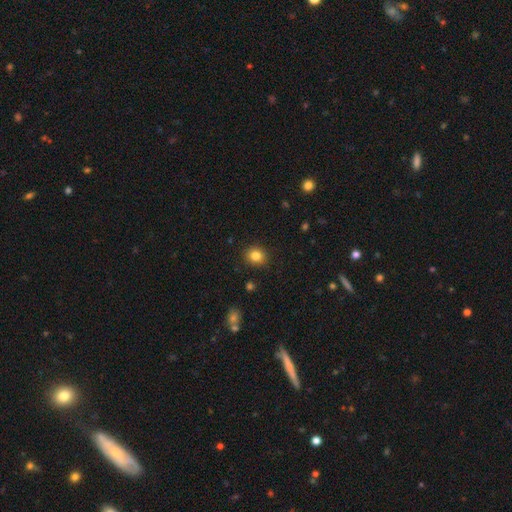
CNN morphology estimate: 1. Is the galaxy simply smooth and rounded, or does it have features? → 83% smooth, 11% star or artifact, 6% featured or disk.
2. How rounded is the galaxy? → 78% round, 21% in between, 1% cigar-shaped.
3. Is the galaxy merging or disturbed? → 90% none, 7% minor disturbance, 2% major disturbance, 1% merger.